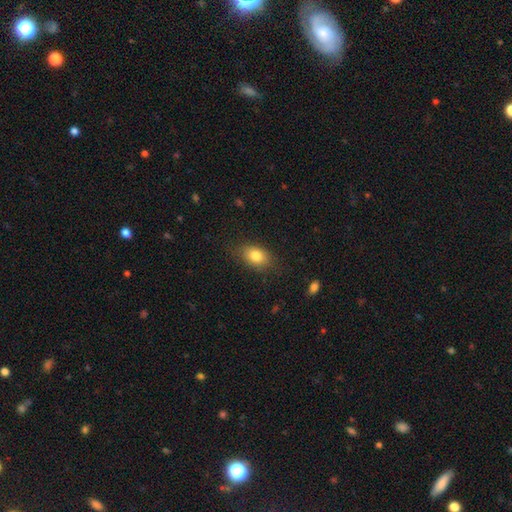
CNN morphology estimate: Overall: smooth (82%). How rounded: in between (80%). Merging: none (79%).